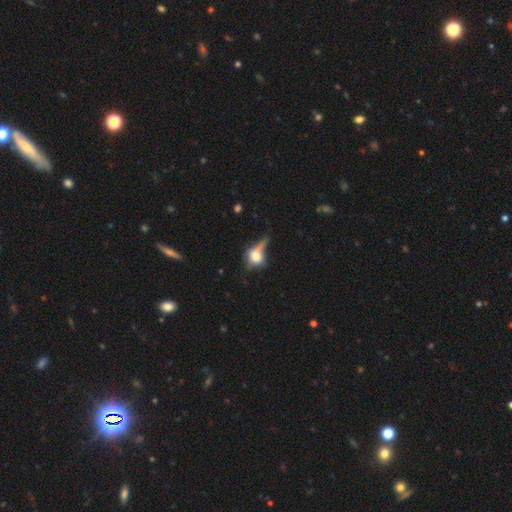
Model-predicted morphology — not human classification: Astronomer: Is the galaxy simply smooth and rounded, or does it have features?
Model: smooth — 58%.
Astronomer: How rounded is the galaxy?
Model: round — 54% (runner-up: in between, 39%).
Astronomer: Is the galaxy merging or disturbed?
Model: none — 36% (runner-up: major disturbance, 25%).